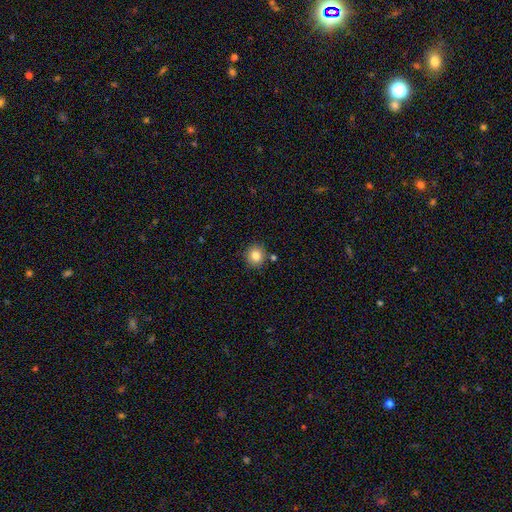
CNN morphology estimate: The model was most divided on "smooth or featured": smooth: 82%, star or artifact: 11%, featured or disk: 7%. More confident: how rounded — round (91%); merging — none (85%).